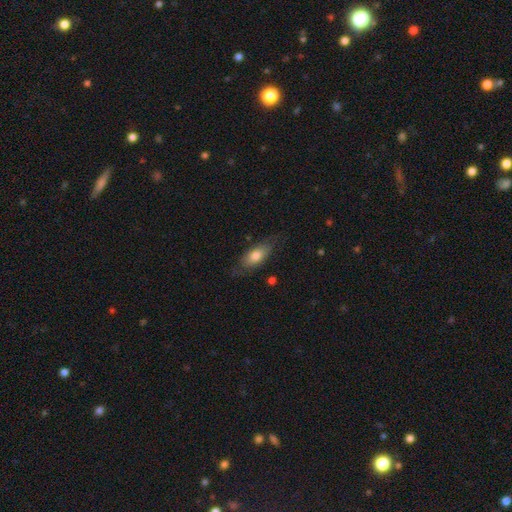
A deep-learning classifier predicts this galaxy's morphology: smooth-or-featured: smooth: 69% | featured or disk: 24% | star or artifact: 6%
  how-rounded: in between: 82% | cigar-shaped: 14% | round: 4%
  merging: none: 70% | minor disturbance: 22% | major disturbance: 7% | merger: 2%